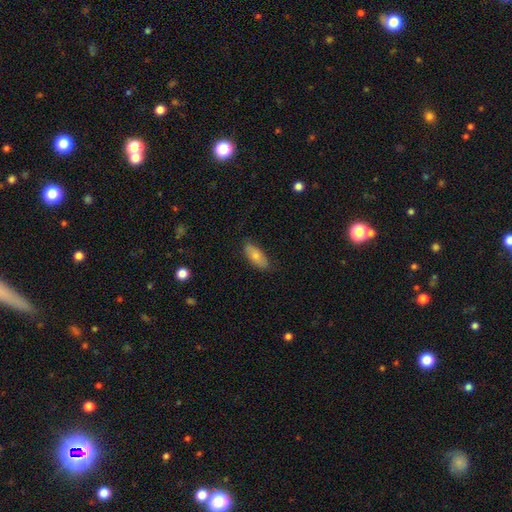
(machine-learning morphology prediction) A smooth galaxy with no disk features (75%) that is in between round and cigar-shaped (78%). Merging: none (80%).